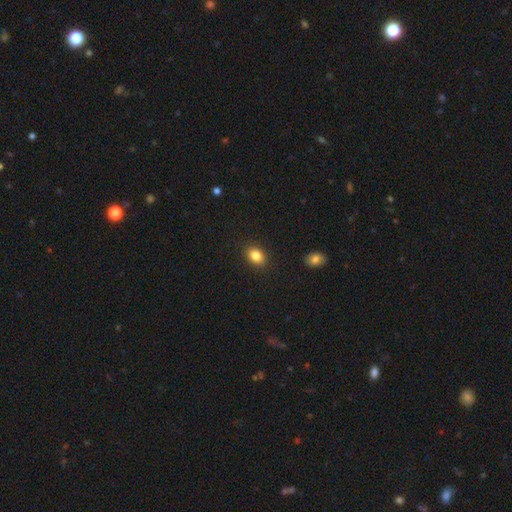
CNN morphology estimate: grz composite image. It shows a smooth galaxy with no disk features (84%) that is in between round and cigar-shaped (73%). Merging: none (89%).